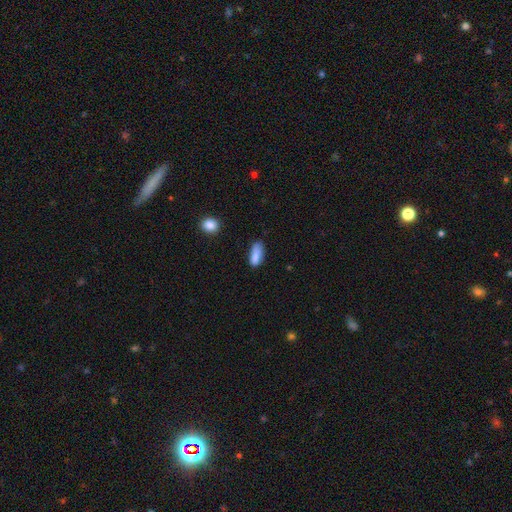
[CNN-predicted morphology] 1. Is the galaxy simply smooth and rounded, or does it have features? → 84% smooth, 9% star or artifact, 7% featured or disk.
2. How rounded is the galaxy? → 71% in between, 27% cigar-shaped, 2% round.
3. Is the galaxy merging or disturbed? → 57% none, 31% minor disturbance, 8% major disturbance, 4% merger.